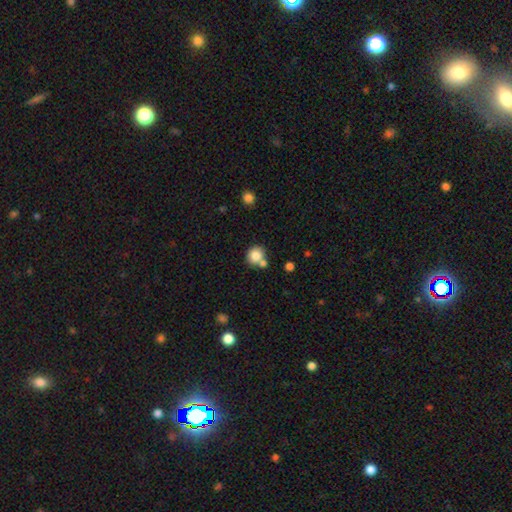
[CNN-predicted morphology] This is clearly a smooth galaxy (82%). How rounded: clearly round (84%). Merging: possibly none (60%).